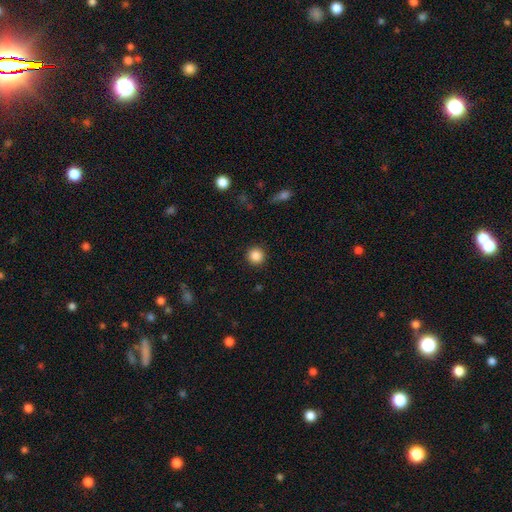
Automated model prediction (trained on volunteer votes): Smooth or featured: smooth — 87% (star or artifact — 10%)
How rounded: round — 95% (in between — 4%)
Merging: none — 91% (minor disturbance — 6%)